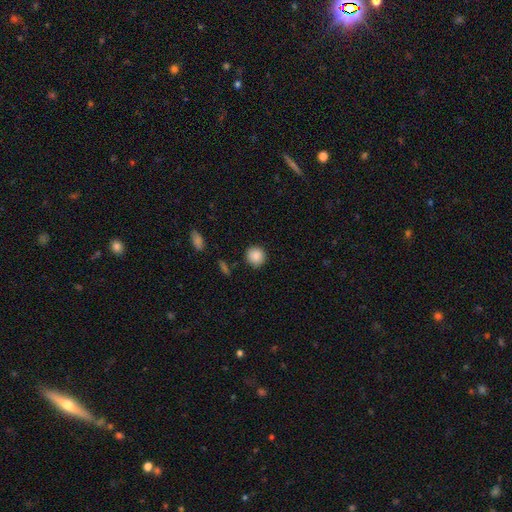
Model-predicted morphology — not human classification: Smooth or featured? Predicted: smooth (p=0.88). How rounded? Predicted: round (p=0.91). Merging? Predicted: none (p=0.89).